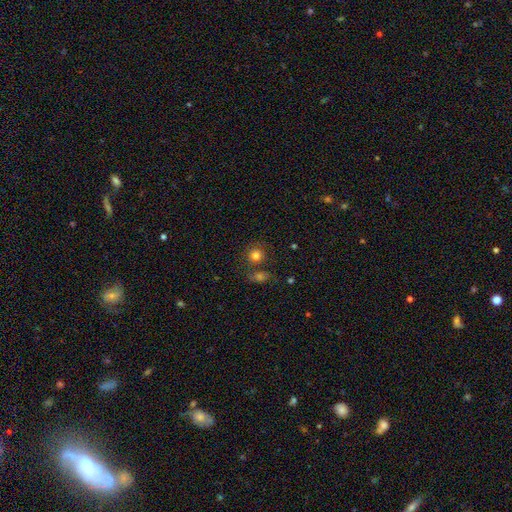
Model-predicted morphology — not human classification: The model was most divided on "merging": none: 64%, merger: 19%, minor disturbance: 12%, major disturbance: 6%. More confident: how rounded — round (87%); smooth or featured — smooth (78%).